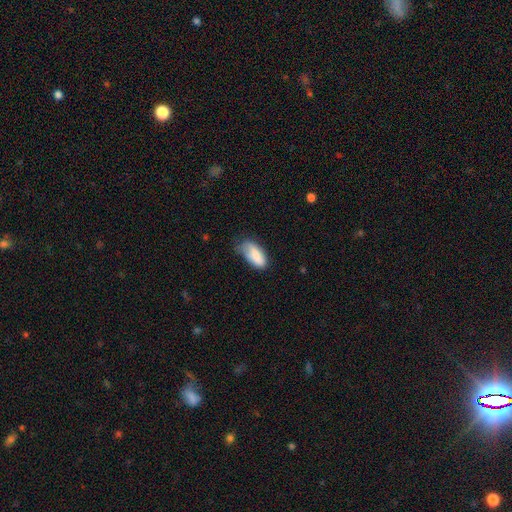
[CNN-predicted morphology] Smooth or featured?
  - smooth: 81% *
  - featured or disk: 13%
  - star or artifact: 7%
How rounded?
  - in between: 89% *
  - cigar-shaped: 9%
  - round: 2%
Merging?
  - minor disturbance: 43% *
  - none: 40%
  - major disturbance: 15%
  - merger: 2%